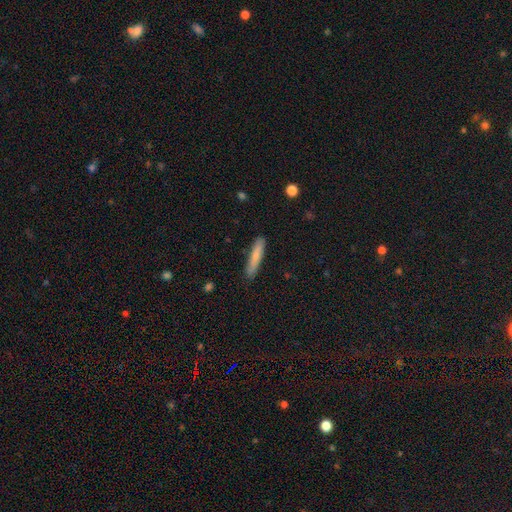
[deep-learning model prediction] Smooth or featured: smooth — 76% (featured or disk — 18%)
How rounded: cigar-shaped — 91% (in between — 8%)
Merging: none — 85% (minor disturbance — 12%)